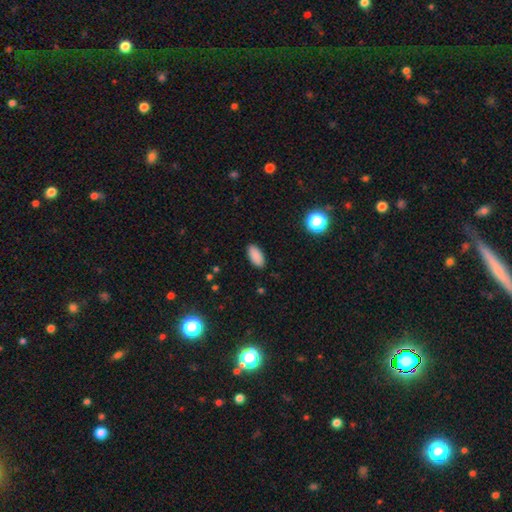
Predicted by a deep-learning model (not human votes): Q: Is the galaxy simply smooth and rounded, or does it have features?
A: smooth — 88%.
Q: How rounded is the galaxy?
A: in between — 91%.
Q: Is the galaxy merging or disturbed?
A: none — 89%.